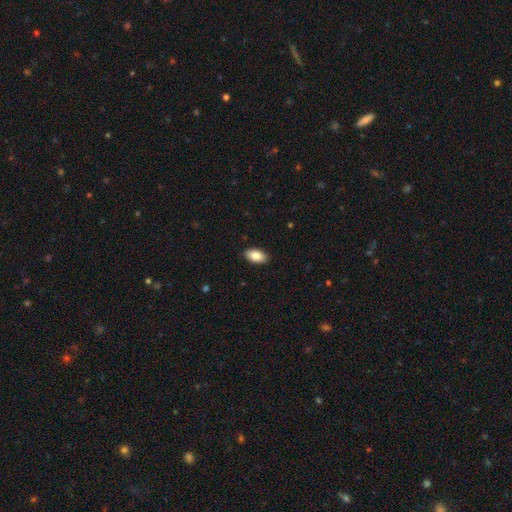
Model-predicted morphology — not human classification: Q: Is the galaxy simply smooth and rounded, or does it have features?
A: smooth — 86%.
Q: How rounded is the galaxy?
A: in between — 94%.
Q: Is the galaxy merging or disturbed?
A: none — 90%.